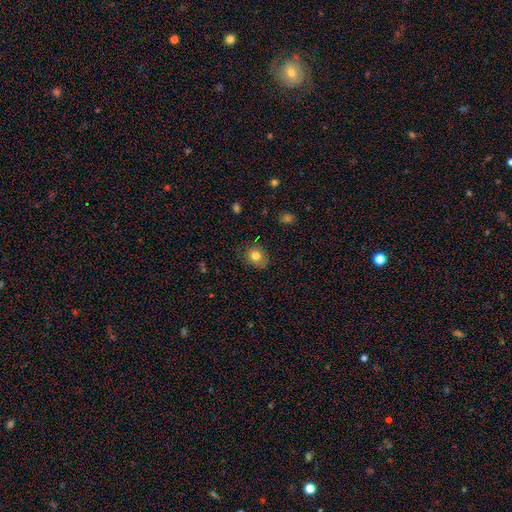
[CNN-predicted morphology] This appears to be a smooth galaxy with no disk features (79%) that is round (62%). Merging: none (82%).